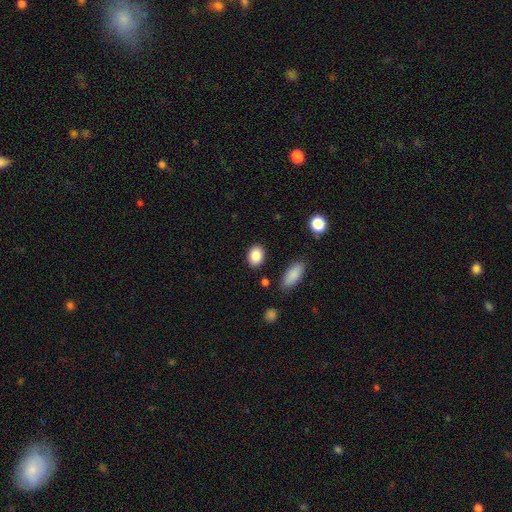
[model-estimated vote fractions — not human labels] Smooth or featured: smooth — 87% (star or artifact — 8%)
How rounded: in between — 73% (round — 25%)
Merging: none — 86% (minor disturbance — 9%)